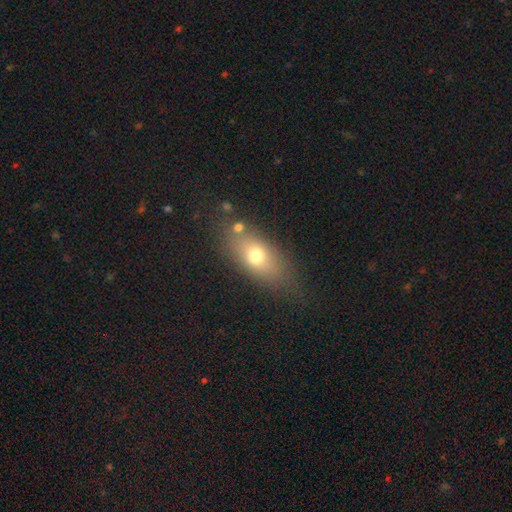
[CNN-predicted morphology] Smooth or featured?
  - smooth: 69% *
  - featured or disk: 19%
  - star or artifact: 12%
How rounded?
  - in between: 76% *
  - round: 14%
  - cigar-shaped: 10%
Merging?
  - none: 73% *
  - minor disturbance: 14%
  - major disturbance: 7%
  - merger: 6%